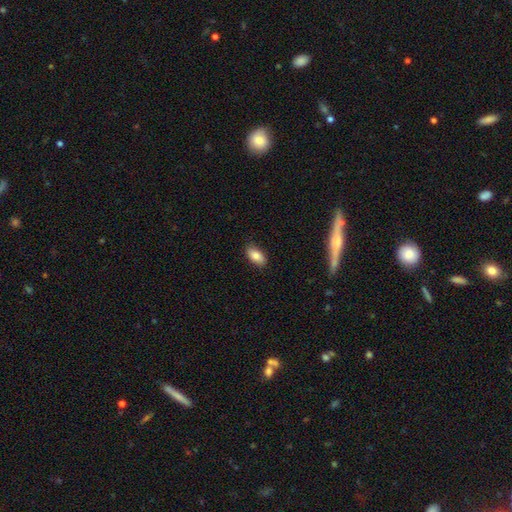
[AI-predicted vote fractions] Smooth or featured? Predicted: smooth (p=0.82). How rounded? Predicted: in between (p=0.91). Merging? Predicted: none (p=0.84).